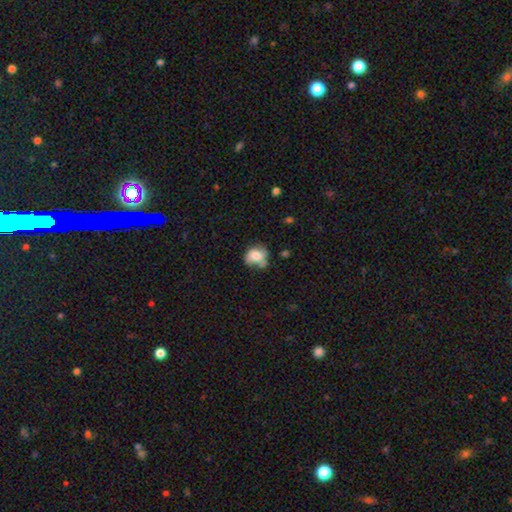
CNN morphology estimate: smooth-or-featured: smooth: 62% | featured or disk: 29% | star or artifact: 9%
  how-rounded: round: 60% | in between: 39% | cigar-shaped: 1%
  merging: none: 45% | minor disturbance: 30% | major disturbance: 13% | merger: 12%